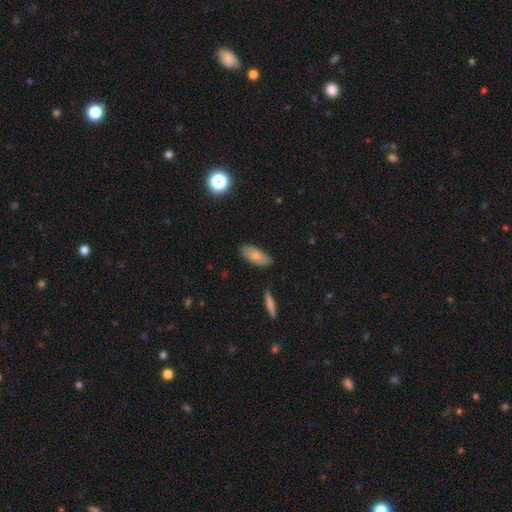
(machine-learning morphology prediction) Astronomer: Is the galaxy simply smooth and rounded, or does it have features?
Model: smooth — 79%.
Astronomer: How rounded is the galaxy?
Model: in between — 87%.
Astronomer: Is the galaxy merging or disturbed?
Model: none — 84%.